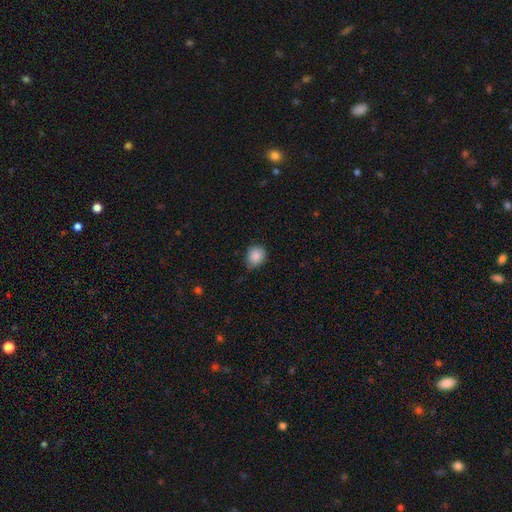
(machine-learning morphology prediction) Overall: smooth (87%). How rounded: round (71%). Merging: none (69%).